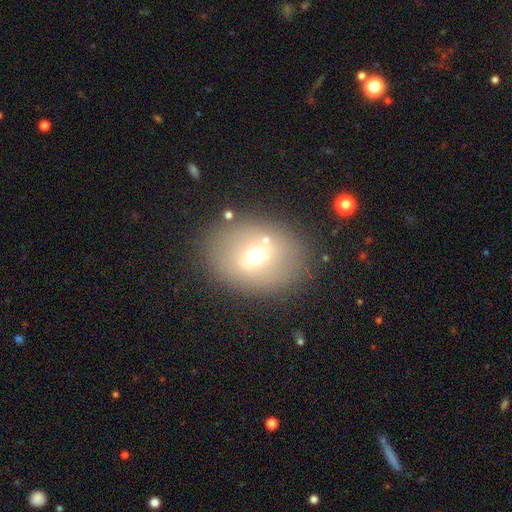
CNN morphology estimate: smooth-or-featured: smooth: 61% | featured or disk: 23% | star or artifact: 16%
  how-rounded: round: 50% | in between: 49% | cigar-shaped: 1%
  merging: none: 80% | minor disturbance: 10% | major disturbance: 6% | merger: 4%